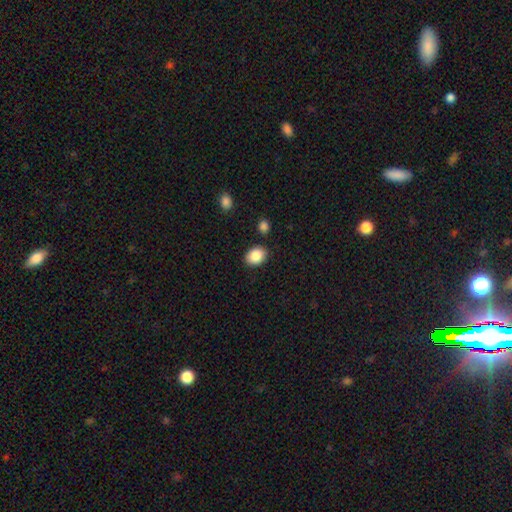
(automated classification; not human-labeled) Overall: smooth (87%). How rounded: in between (65%; round 34%). Merging: none (85%).